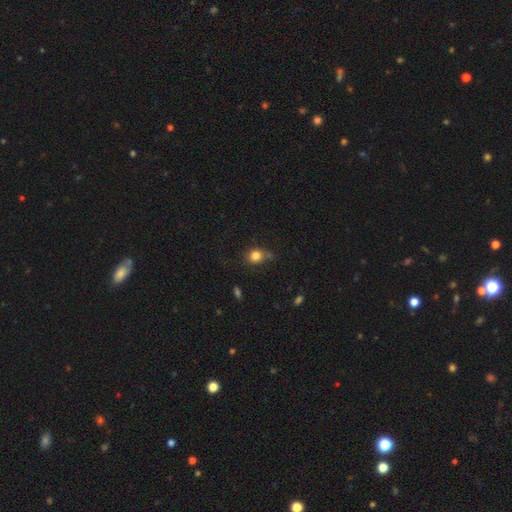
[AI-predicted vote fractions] smooth-or-featured: smooth: 82% | star or artifact: 12% | featured or disk: 7%
  how-rounded: round: 73% | in between: 26% | cigar-shaped: 1%
  merging: none: 68% | minor disturbance: 20% | merger: 7% | major disturbance: 6%